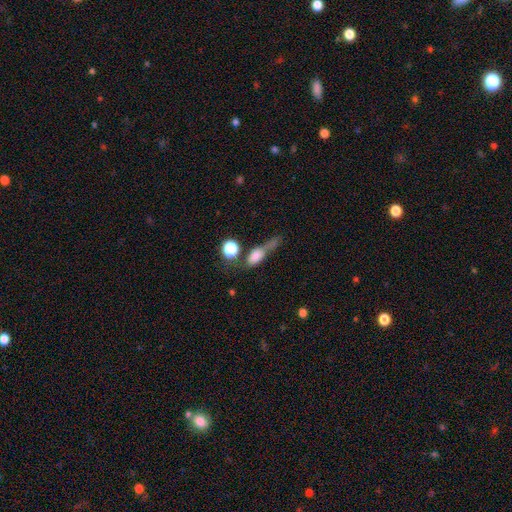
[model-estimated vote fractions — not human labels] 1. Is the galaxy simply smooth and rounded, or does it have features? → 67% smooth, 20% featured or disk, 13% star or artifact.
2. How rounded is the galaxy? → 59% in between, 23% round, 18% cigar-shaped.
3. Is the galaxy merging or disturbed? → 28% none (tied), 28% merger (tied), 24% major disturbance, 20% minor disturbance.